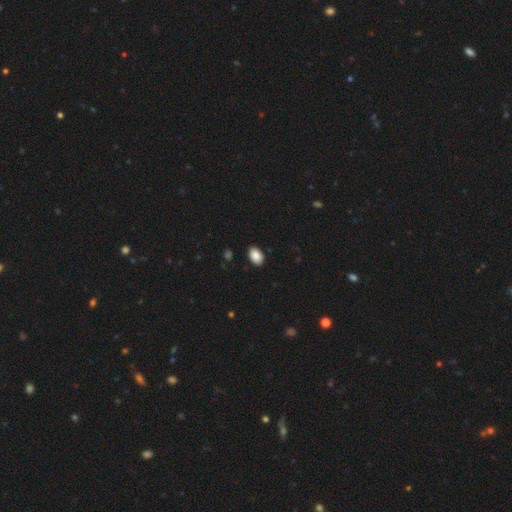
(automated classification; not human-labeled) This is clearly a smooth galaxy (89%). How rounded: clearly in between (88%). Merging: clearly none (89%).